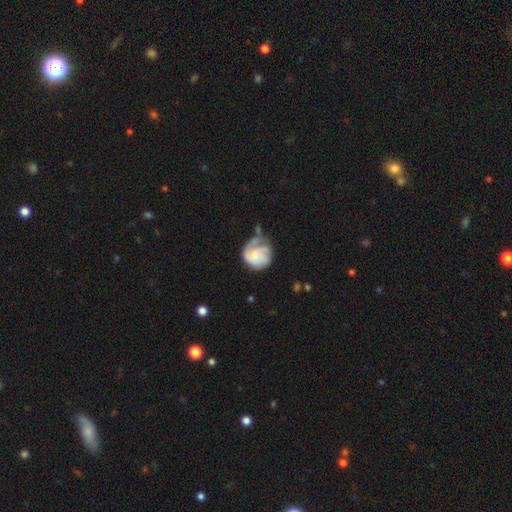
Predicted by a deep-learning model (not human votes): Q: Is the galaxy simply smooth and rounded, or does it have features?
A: featured or disk — 60%.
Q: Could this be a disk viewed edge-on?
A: no — 98%.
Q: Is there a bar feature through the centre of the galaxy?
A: no — 74%.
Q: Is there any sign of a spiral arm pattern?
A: yes — 85%.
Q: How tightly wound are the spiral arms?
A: tight — 46%.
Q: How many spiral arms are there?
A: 2 — 27%.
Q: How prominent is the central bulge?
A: small — 51%.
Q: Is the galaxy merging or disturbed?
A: none — 44%.